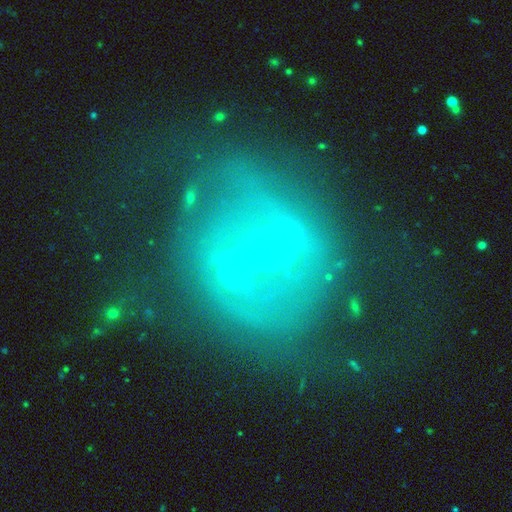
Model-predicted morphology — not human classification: This appears to be a featured or disk galaxy (79%) with a strong bar (51%), 2 (73%) loose (44%) spiral arms (73%) and a small central bulge (73%). Merging: none (56%).